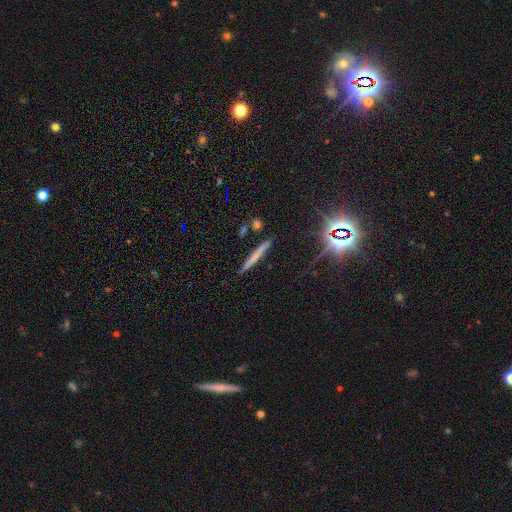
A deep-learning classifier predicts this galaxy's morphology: smooth-or-featured: smooth: 47% | featured or disk: 35% | star or artifact: 17%
  merging: none: 86% | minor disturbance: 9% | merger: 3% | major disturbance: 2%